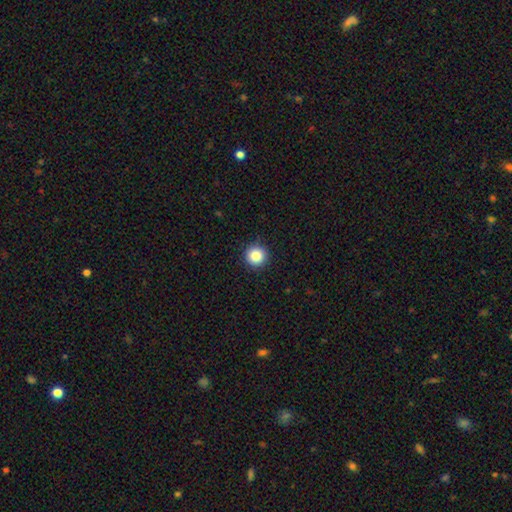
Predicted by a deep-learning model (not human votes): smooth-or-featured: smooth: 85% | star or artifact: 10% | featured or disk: 5%
  how-rounded: round: 95% | in between: 4% | cigar-shaped: 1%
  merging: none: 92% | minor disturbance: 6% | major disturbance: 2% | merger: 1%